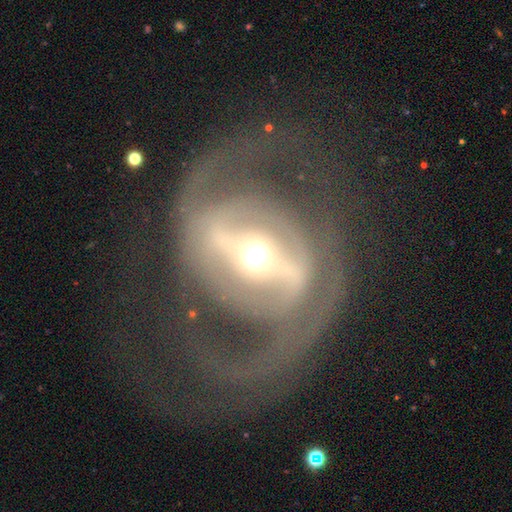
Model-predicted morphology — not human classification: featured or disk 87%, smooth 8%, star or artifact 5%. Down the decision tree: edge-on disk — no (94%); bar — strong (72%); spiral arms — yes (80%); spiral arm count — 2 (85%); spiral winding — medium (47%); bulge size — moderate (62%); merging — none (67%).